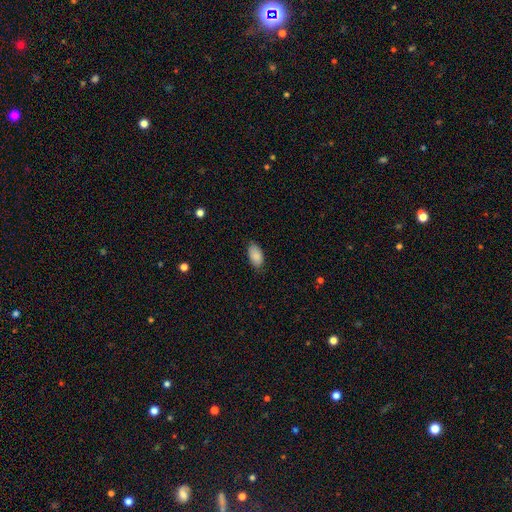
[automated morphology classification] A smooth galaxy with no disk features (89%) that is in between round and cigar-shaped (94%). Merging: none (81%).